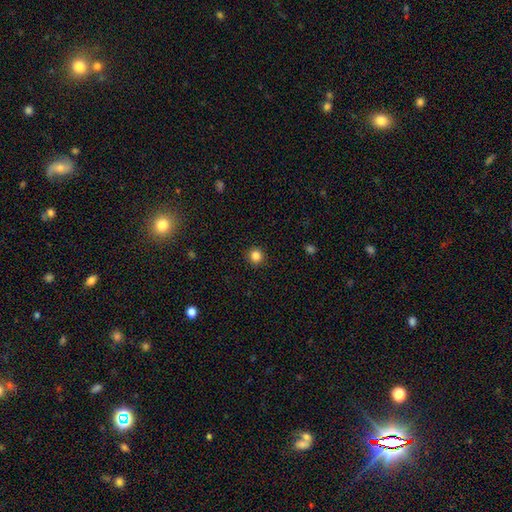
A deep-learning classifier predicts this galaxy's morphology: Smooth or featured? smooth (84%)
How rounded? round (94%)
Merging? none (92%)